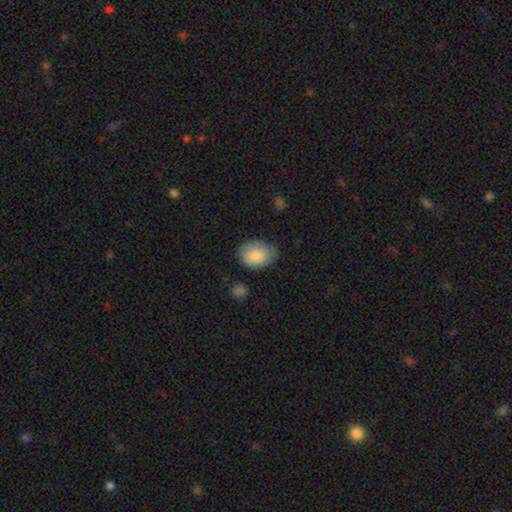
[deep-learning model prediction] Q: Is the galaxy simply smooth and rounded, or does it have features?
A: smooth — 84%.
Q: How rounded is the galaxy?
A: in between — 78%.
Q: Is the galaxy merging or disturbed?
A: none — 66%.